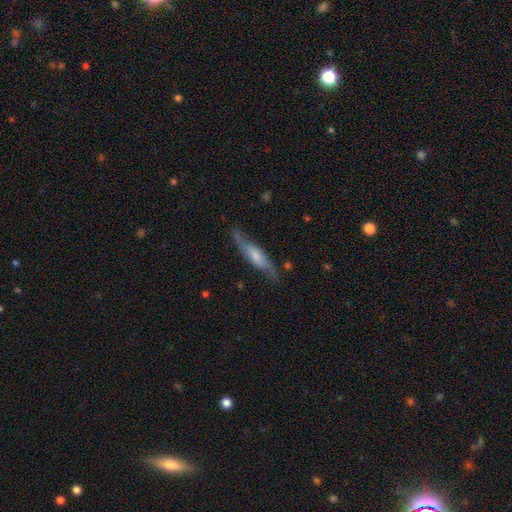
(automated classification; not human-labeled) featured or disk 58%, smooth 36%, star or artifact 6%. Down the decision tree: edge-on disk — yes (53%); merging — none (72%).